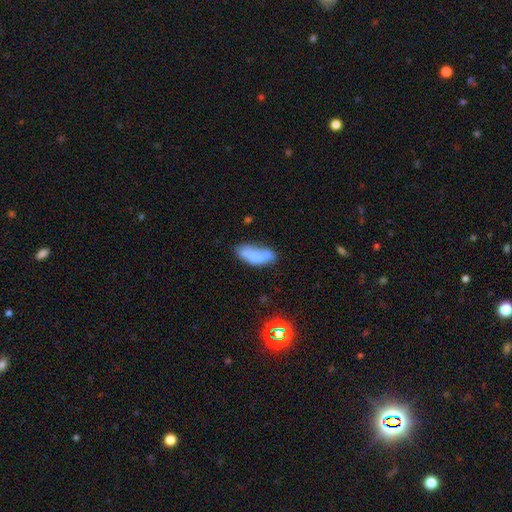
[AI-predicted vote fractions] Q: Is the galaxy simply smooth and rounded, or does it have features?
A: smooth — 69%.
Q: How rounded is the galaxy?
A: in between — 80%.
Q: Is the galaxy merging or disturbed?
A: none — 48%.